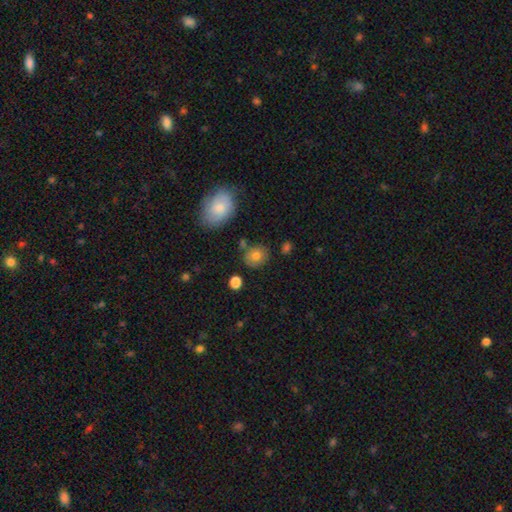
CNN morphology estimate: smooth-or-featured: smooth: 78% | featured or disk: 12% | star or artifact: 10%
  how-rounded: round: 75% | in between: 24% | cigar-shaped: 1%
  merging: none: 76% | minor disturbance: 14% | merger: 6% | major disturbance: 4%